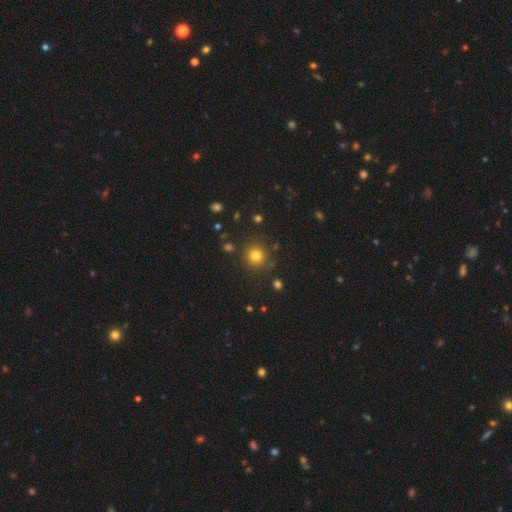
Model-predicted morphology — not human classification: The model was most divided on "smooth or featured": smooth: 79%, star or artifact: 15%, featured or disk: 6%. More confident: how rounded — round (92%); merging — none (87%).